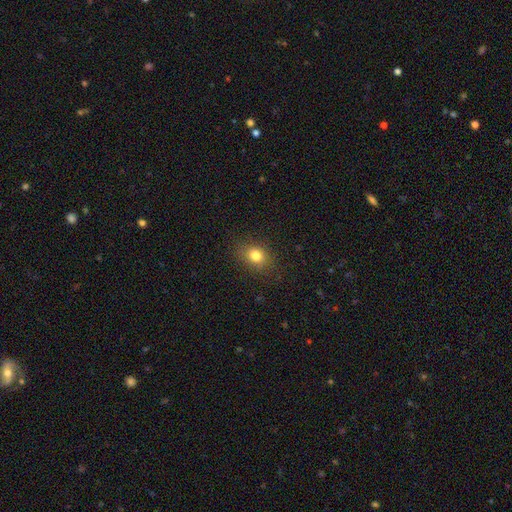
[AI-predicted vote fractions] This is clearly a smooth galaxy (81%). How rounded: possibly round (50%). Merging: clearly none (85%).